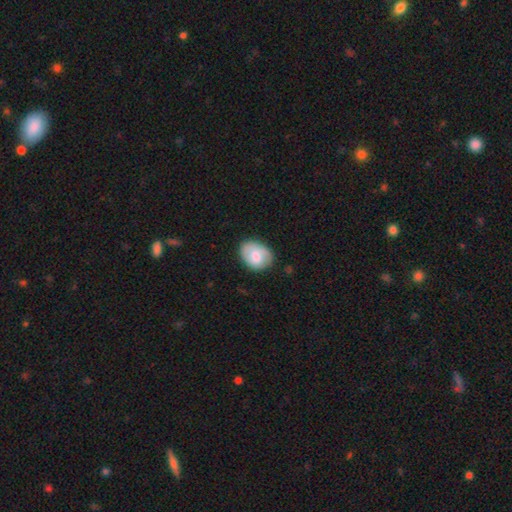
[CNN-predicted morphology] The model was most divided on "how rounded": in between: 66%, round: 33%, cigar-shaped: 1%. More confident: merging — none (76%); smooth or featured — smooth (66%).